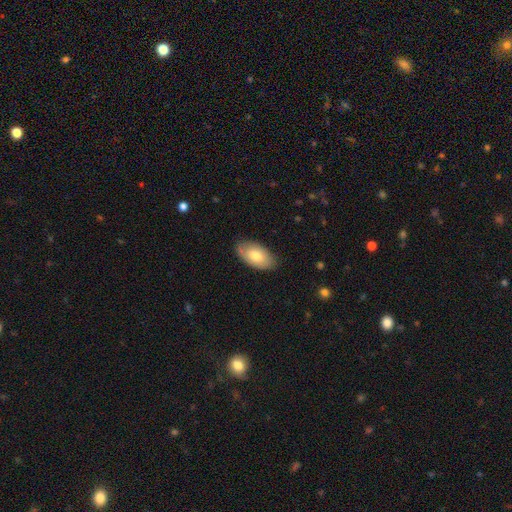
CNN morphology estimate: type=smooth (72%); roundness=in between (95%); merging=none (79%).